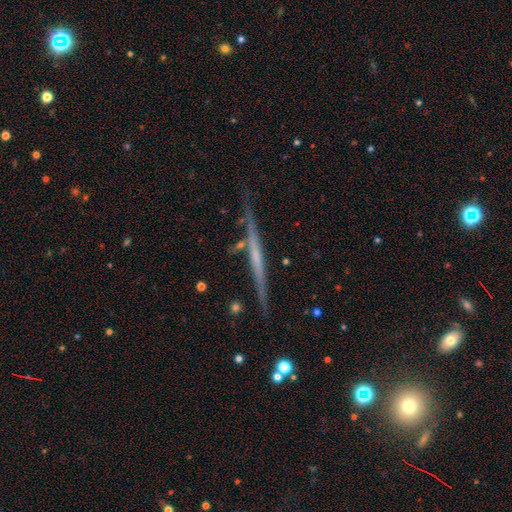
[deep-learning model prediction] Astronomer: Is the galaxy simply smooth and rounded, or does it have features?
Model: featured or disk — 69%.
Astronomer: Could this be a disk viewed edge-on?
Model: yes — 97%.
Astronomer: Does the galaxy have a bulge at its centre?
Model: none — 79%.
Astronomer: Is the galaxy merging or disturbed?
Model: none — 84%.